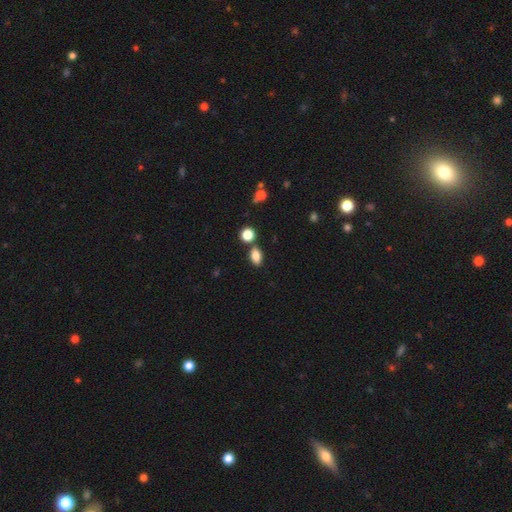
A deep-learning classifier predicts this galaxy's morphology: Overall: smooth (83%). How rounded: in between (84%). Merging: none (75%).